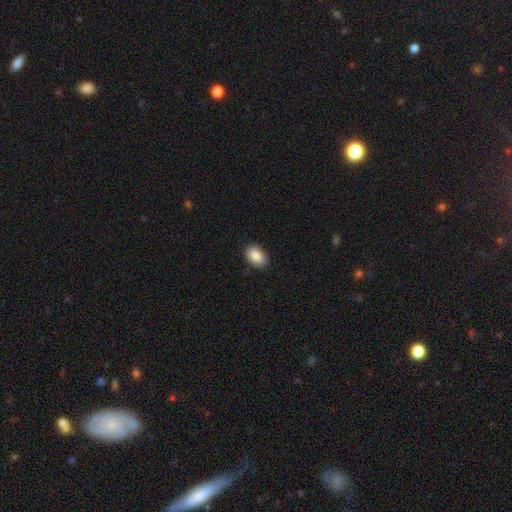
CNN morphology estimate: type=smooth (88%); roundness=in between (89%); merging=none (87%).